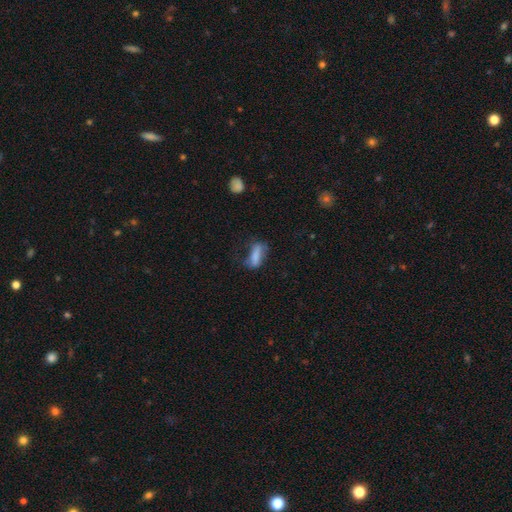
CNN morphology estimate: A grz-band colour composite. It shows a smooth galaxy with no disk features (70%) that is in between round and cigar-shaped (57%). Merging: none (44%).